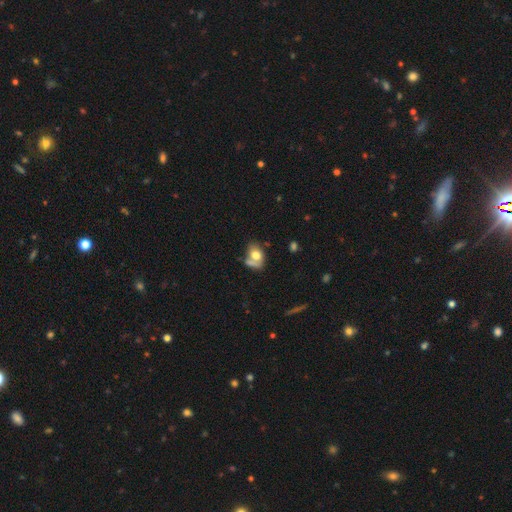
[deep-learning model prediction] Morphology: type=smooth (69%); roundness=in between (72%); merging=none (37%).